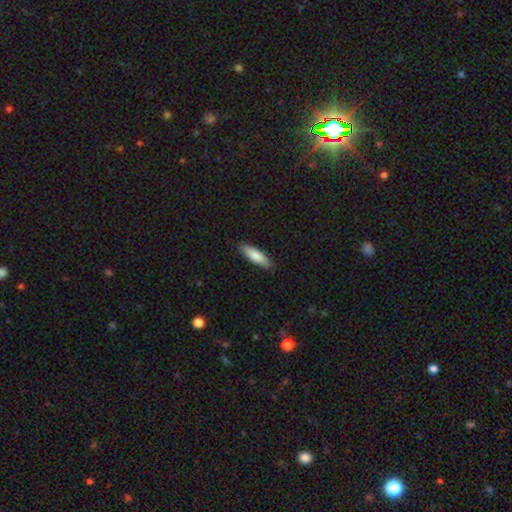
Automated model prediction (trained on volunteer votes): Smooth or featured? Predicted: smooth (p=0.83). How rounded? Predicted: cigar-shaped (p=0.57). Merging? Predicted: none (p=0.89).